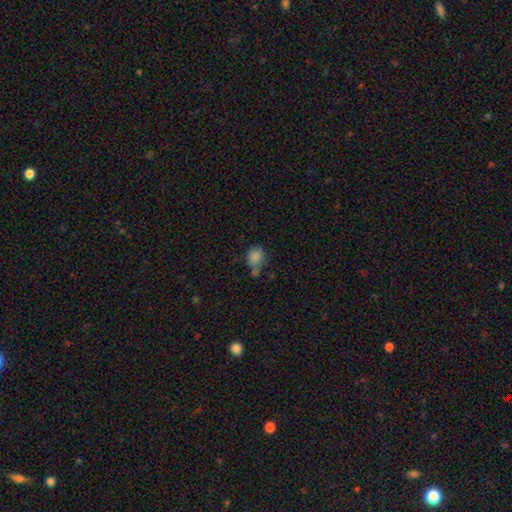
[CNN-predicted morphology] Smooth or featured? smooth (83%)
How rounded? round (69%)
Merging? none (53%)